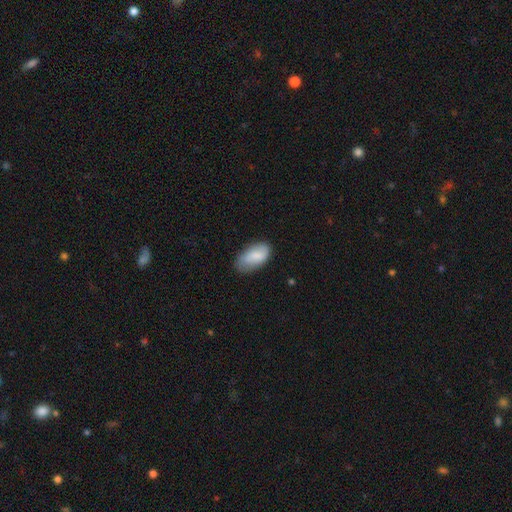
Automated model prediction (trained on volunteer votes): Q: Smooth or featured?
A: smooth (79%); runner-up: featured or disk (15%)
Q: How rounded?
A: in between (94%); runner-up: round (3%)
Q: Merging?
A: none (68%); runner-up: minor disturbance (25%)